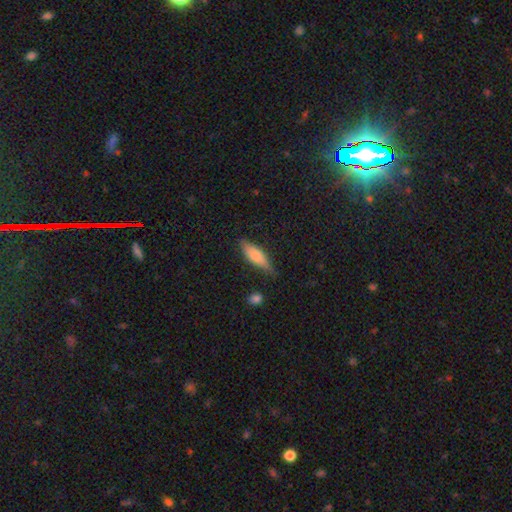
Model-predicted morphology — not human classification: smooth-or-featured: smooth: 74% | featured or disk: 19% | star or artifact: 7%
  how-rounded: cigar-shaped: 50% | in between: 48% | round: 2%
  merging: none: 70% | minor disturbance: 23% | major disturbance: 5% | merger: 2%